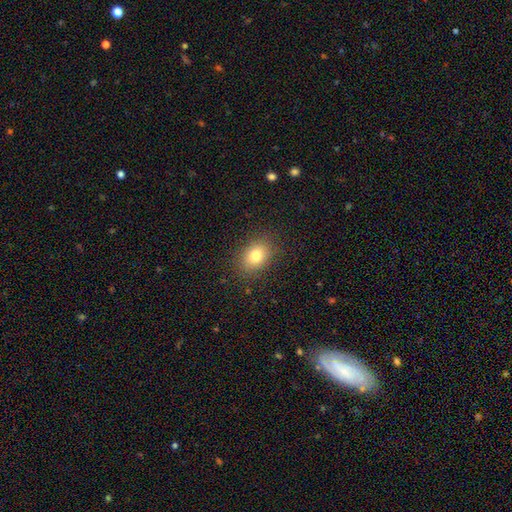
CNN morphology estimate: Smooth or featured? Predicted: smooth (p=0.80). How rounded? Predicted: in between (p=0.64). Merging? Predicted: none (p=0.86).